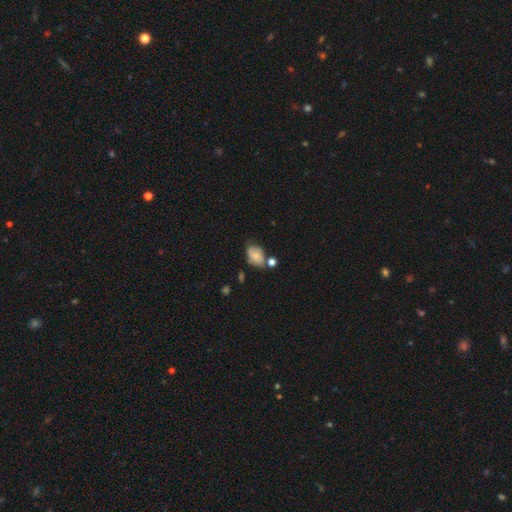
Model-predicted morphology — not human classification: smooth_or_featured: smooth (p=0.71) [alt: featured or disk p=0.20]
how_rounded: in between (p=0.80) [alt: round p=0.19]
merging: none (p=0.50) [alt: minor disturbance p=0.28]